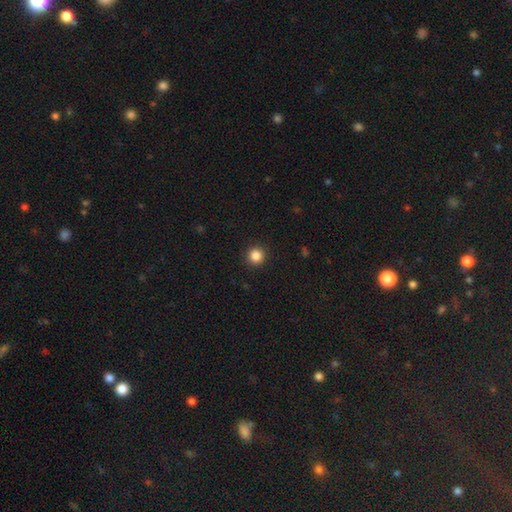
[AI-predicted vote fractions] smooth-or-featured: smooth: 85% | star or artifact: 11% | featured or disk: 4%
  how-rounded: round: 95% | in between: 4% | cigar-shaped: 1%
  merging: none: 93% | minor disturbance: 5% | major disturbance: 2% | merger: 1%